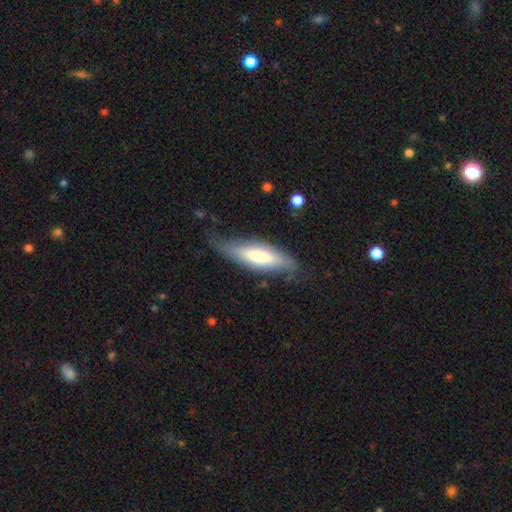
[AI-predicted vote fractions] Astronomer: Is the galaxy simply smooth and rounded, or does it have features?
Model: smooth — 60%.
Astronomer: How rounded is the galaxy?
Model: cigar-shaped — 56% (runner-up: in between, 43%).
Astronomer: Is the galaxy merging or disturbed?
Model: none — 64%.